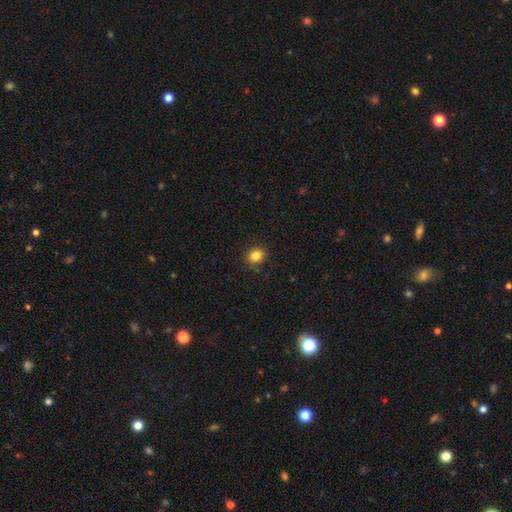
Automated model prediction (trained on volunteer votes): Smooth or featured? Predicted: smooth (p=0.83). How rounded? Predicted: round (p=0.71). Merging? Predicted: none (p=0.88).